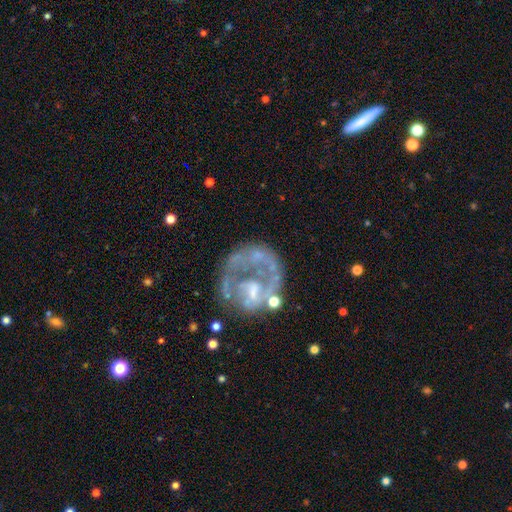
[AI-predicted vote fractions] Smooth or featured?
  - featured or disk: 71% *
  - smooth: 18%
  - star or artifact: 11%
Edge-on disk?
  - no: 98% *
  - yes: 2%
Bar?
  - no: 72% *
  - weak: 21%
  - strong: 7%
Spiral arms?
  - no: 63% *
  - yes: 37%
Bulge size?
  - none: 49% *
  - moderate: 23%
  - small: 22%
  - large: 4%
  - dominant: 2%
Merging?
  - none: 44% *
  - major disturbance: 31%
  - minor disturbance: 16%
  - merger: 9%